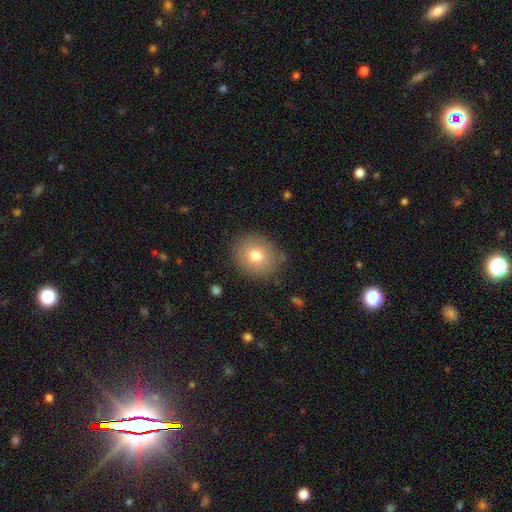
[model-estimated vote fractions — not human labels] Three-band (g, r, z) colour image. It shows a smooth galaxy with no disk features (76%) that is round (73%). Merging: none (84%).